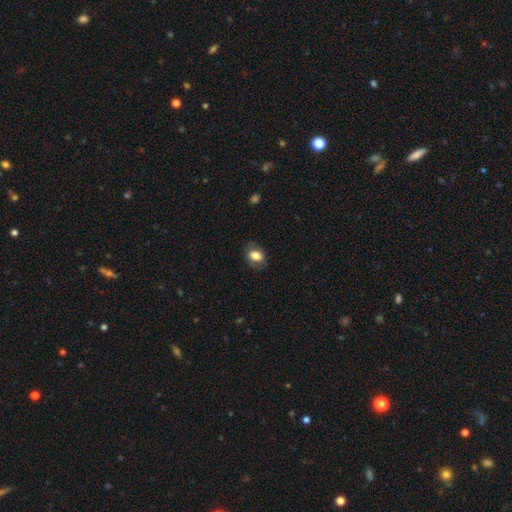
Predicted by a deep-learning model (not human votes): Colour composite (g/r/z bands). It shows a smooth galaxy with no disk features (77%) that is in between round and cigar-shaped (78%). Merging: none (78%).